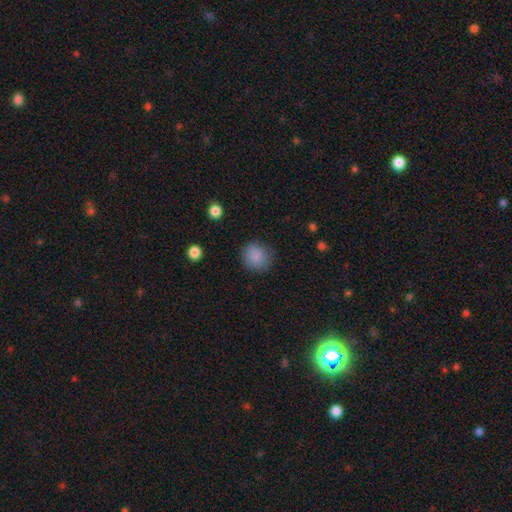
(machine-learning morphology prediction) Smooth or featured: smooth — 87% (star or artifact — 9%)
How rounded: round — 86% (in between — 13%)
Merging: none — 83% (minor disturbance — 12%)